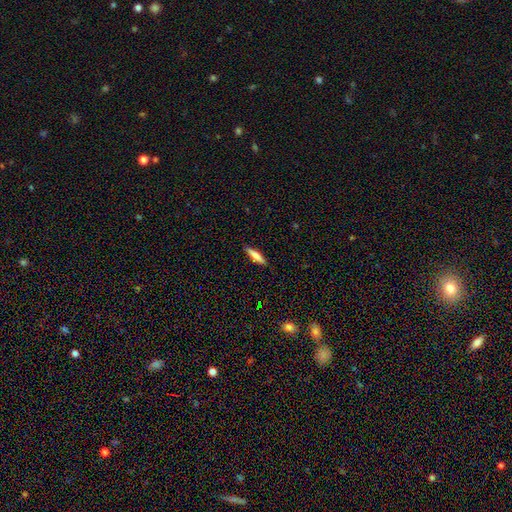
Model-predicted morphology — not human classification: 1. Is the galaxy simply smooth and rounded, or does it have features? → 73% smooth, 21% featured or disk, 6% star or artifact.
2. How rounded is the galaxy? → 77% cigar-shaped, 21% in between, 2% round.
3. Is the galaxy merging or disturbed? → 89% none, 8% minor disturbance, 2% major disturbance, 1% merger.